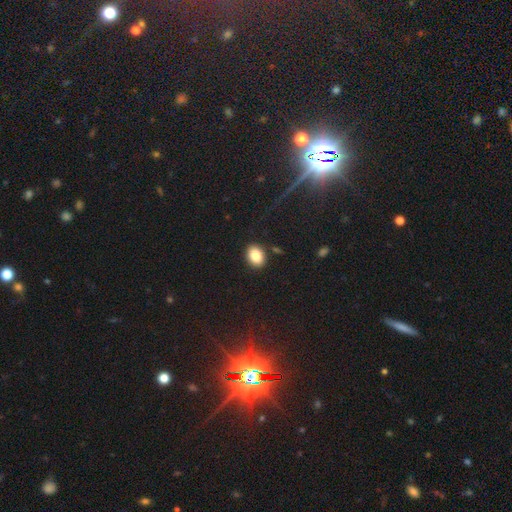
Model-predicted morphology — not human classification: Smooth or featured? Predicted: smooth (p=0.86). How rounded? Predicted: in between (p=0.69). Merging? Predicted: none (p=0.88).